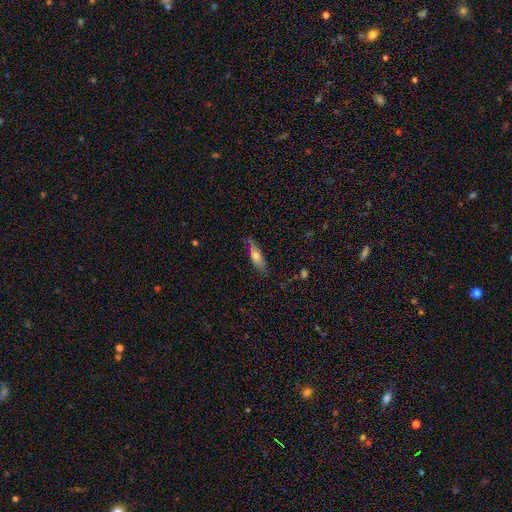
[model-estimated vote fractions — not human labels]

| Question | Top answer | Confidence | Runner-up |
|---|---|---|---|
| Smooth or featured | smooth | 65% | featured or disk (29%) |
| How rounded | cigar-shaped | 56% | in between (42%) |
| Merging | none | 78% | minor disturbance (18%) |